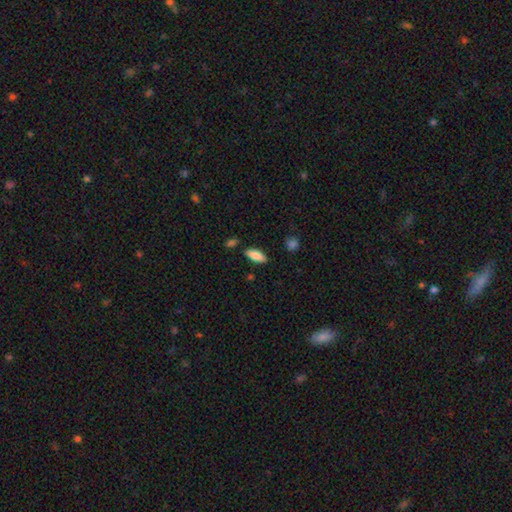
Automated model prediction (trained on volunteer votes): This appears to be a smooth galaxy with no disk features (85%) that is in between round and cigar-shaped (72%). Merging: none (83%).